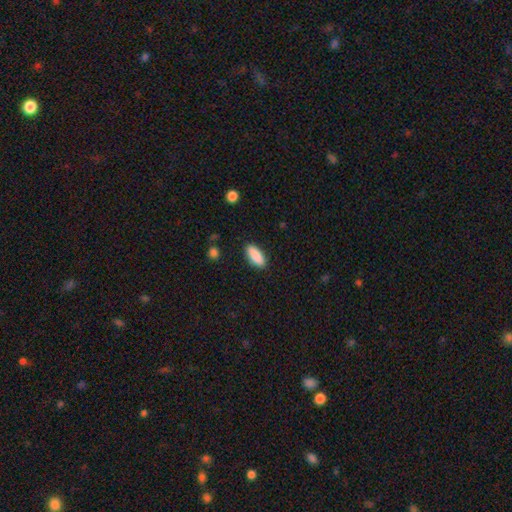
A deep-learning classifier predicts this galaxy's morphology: A smooth galaxy with no disk features (89%) that is in between round and cigar-shaped (76%).

Vote fractions:
- Smooth or featured? smooth: 89% / star or artifact: 6% / featured or disk: 4%
- How rounded? in between: 76% / cigar-shaped: 22% / round: 2%
- Merging? none: 88% / minor disturbance: 8% / major disturbance: 2% / merger: 1%